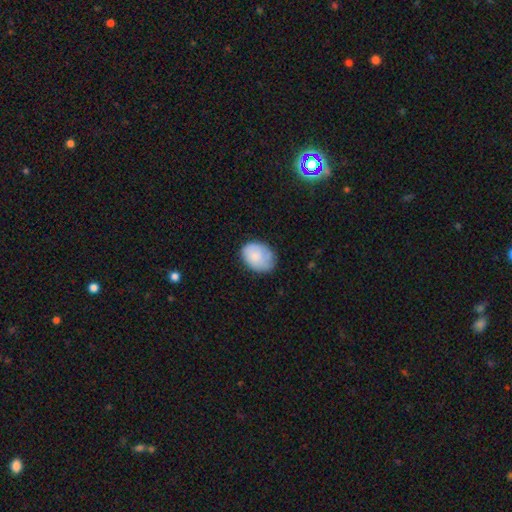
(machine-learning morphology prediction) smooth 80%, featured or disk 13%, star or artifact 6%. Down the decision tree: how rounded — in between (74%); merging — none (68%).